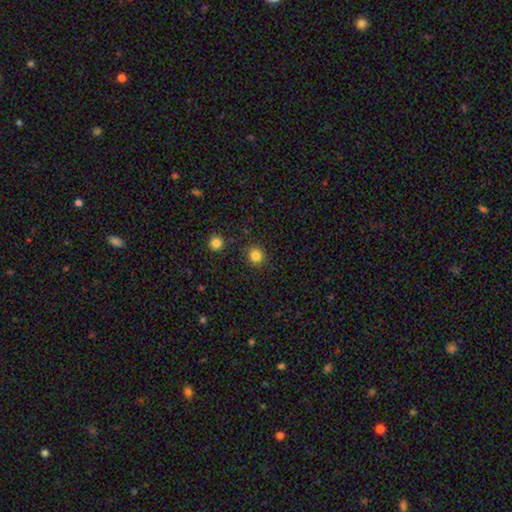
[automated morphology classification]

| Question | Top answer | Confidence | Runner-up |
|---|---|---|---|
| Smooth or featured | smooth | 83% | star or artifact (12%) |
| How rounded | round | 91% | in between (8%) |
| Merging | none | 89% | minor disturbance (6%) |